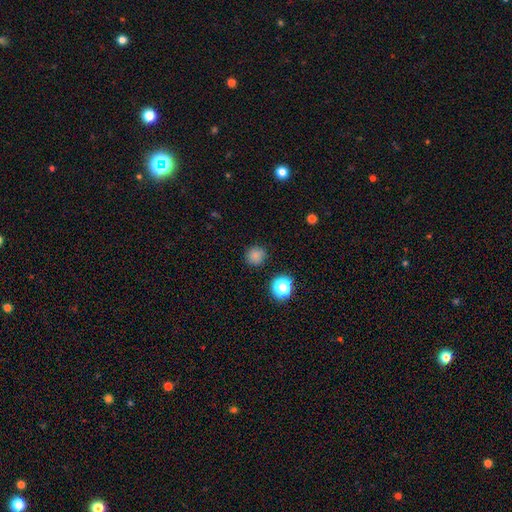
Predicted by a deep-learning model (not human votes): Morphology: type=smooth (79%); roundness=round (93%); merging=none (85%).